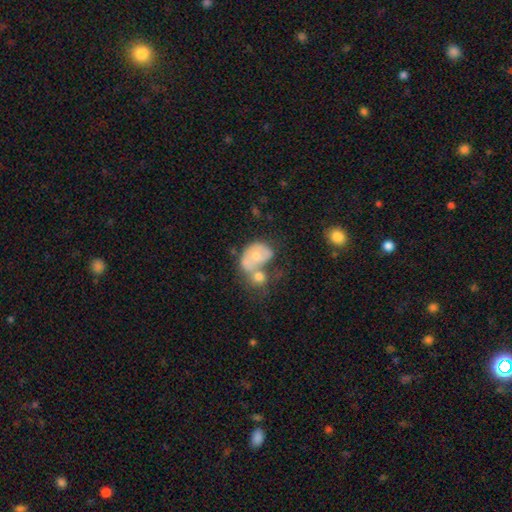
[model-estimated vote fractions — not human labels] Smooth or featured? smooth (53%)
How rounded? in between (65%)
Merging? merger (56%)